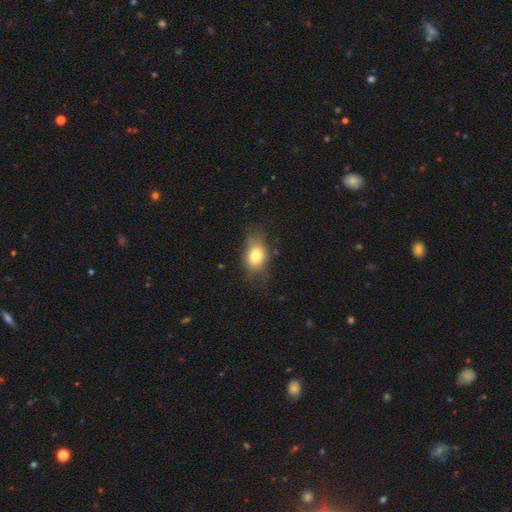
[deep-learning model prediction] The model was most divided on "merging": none: 62%, minor disturbance: 26%, major disturbance: 10%, merger: 2%. More confident: smooth or featured — smooth (75%); how rounded — in between (70%).